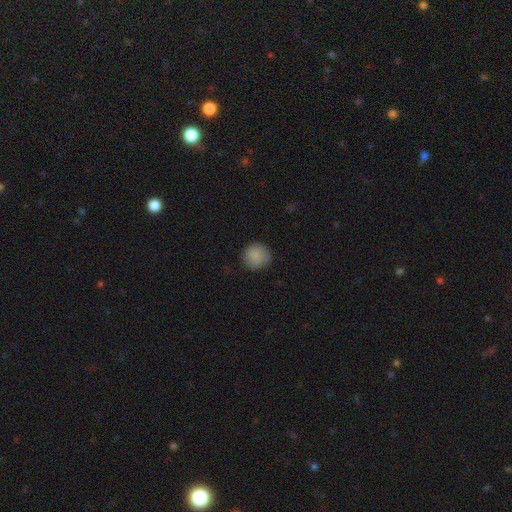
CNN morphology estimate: Overall: smooth (83%). How rounded: round (91%). Merging: none (80%).